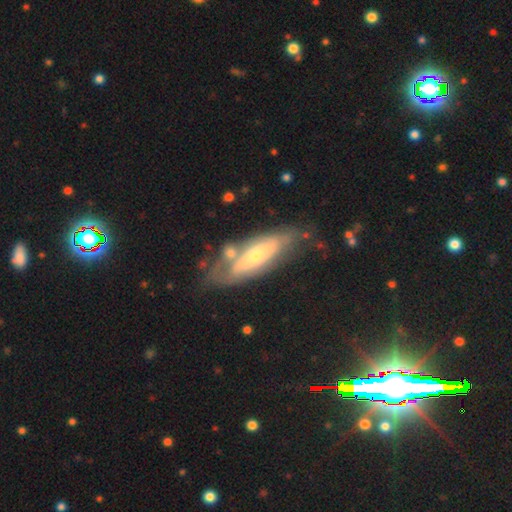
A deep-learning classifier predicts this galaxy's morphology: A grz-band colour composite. It shows a featured or disk galaxy (61%). Merging: none (54%).